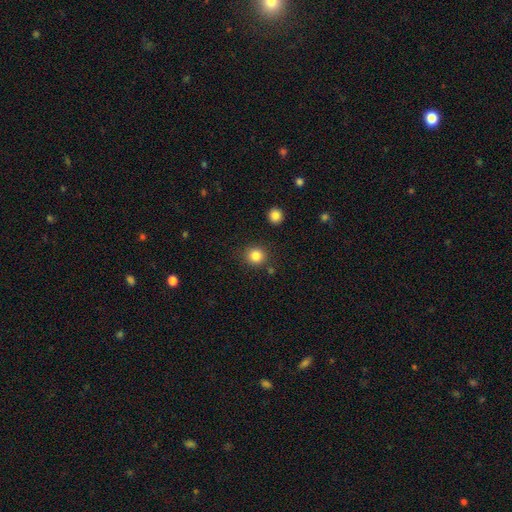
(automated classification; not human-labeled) Overall: smooth (84%). How rounded: round (89%). Merging: none (86%).